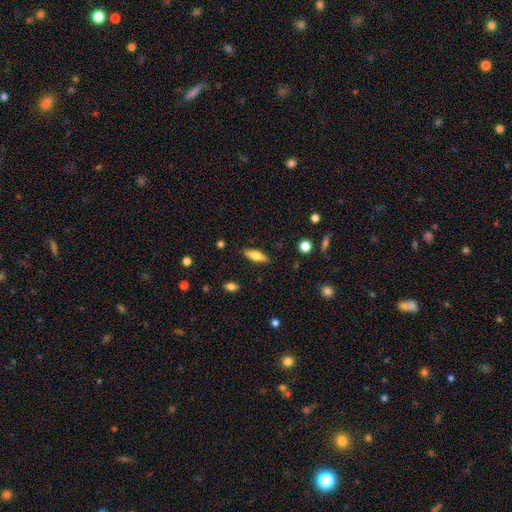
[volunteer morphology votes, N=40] smooth 62%, featured or disk 35%, star or artifact 2%. Down the decision tree: how rounded — in between (56%); merging — none (90%).